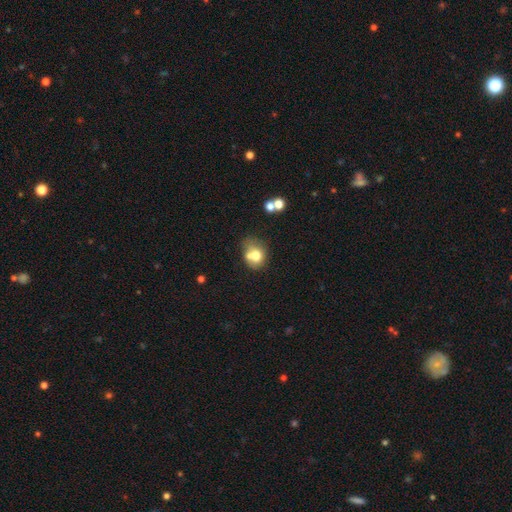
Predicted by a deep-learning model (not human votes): A smooth galaxy with no disk features (68%) that is round (55%).

Vote fractions:
- Smooth or featured? smooth: 68% / featured or disk: 21% / star or artifact: 11%
- How rounded? round: 55% / in between: 44% / cigar-shaped: 1%
- Merging? merger: 40% / none: 34% / minor disturbance: 17% / major disturbance: 9%